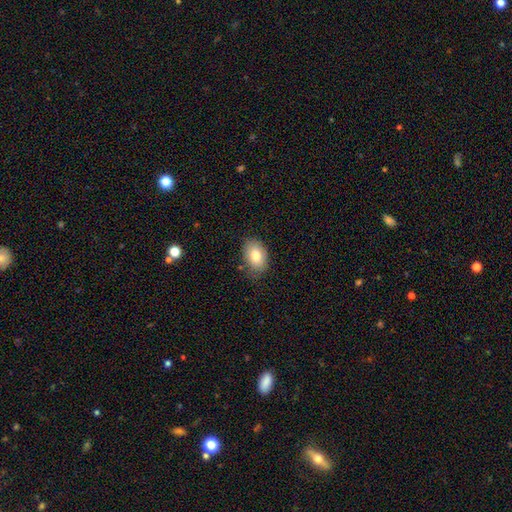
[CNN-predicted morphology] Smooth or featured? Predicted: smooth (p=0.78). How rounded? Predicted: in between (p=0.83). Merging? Predicted: none (p=0.78).